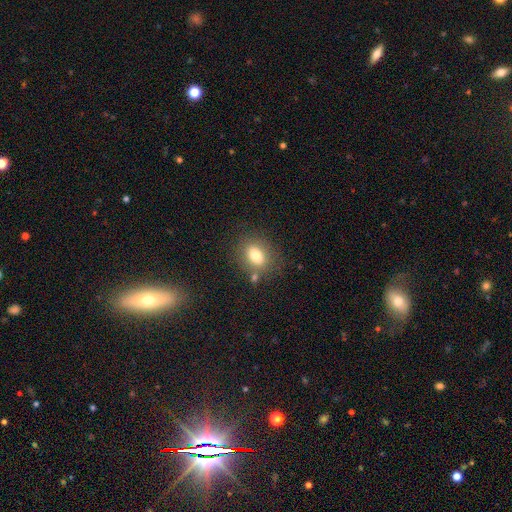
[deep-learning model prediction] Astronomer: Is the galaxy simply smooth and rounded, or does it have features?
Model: smooth — 77%.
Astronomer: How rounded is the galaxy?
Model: in between — 66%.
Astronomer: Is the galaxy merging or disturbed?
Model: none — 75%.